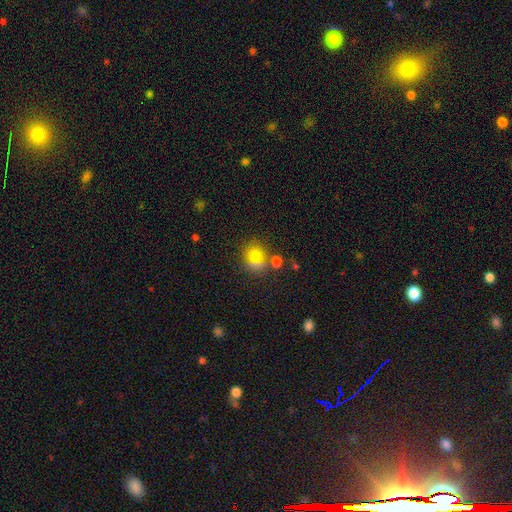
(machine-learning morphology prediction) Q: Smooth or featured?
A: smooth (71%); runner-up: star or artifact (17%)
Q: How rounded?
A: round (80%); runner-up: in between (19%)
Q: Merging?
A: none (58%); runner-up: merger (23%)